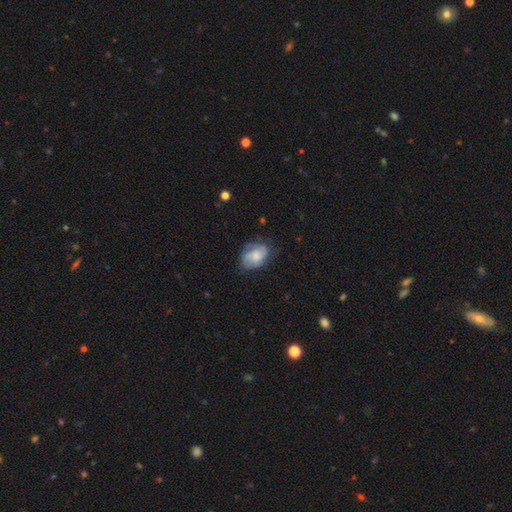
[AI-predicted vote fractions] Q: Smooth or featured?
A: smooth (52%); runner-up: featured or disk (40%)
Q: How rounded?
A: in between (79%); runner-up: round (20%)
Q: Merging?
A: none (57%); runner-up: minor disturbance (29%)